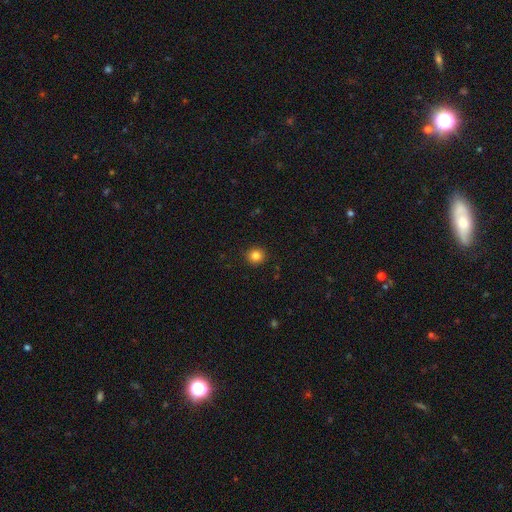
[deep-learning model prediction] Smooth or featured?
  - smooth: 83% *
  - star or artifact: 12%
  - featured or disk: 5%
How rounded?
  - round: 92% *
  - in between: 8%
  - cigar-shaped: 1%
Merging?
  - none: 92% *
  - minor disturbance: 5%
  - major disturbance: 2%
  - merger: 1%